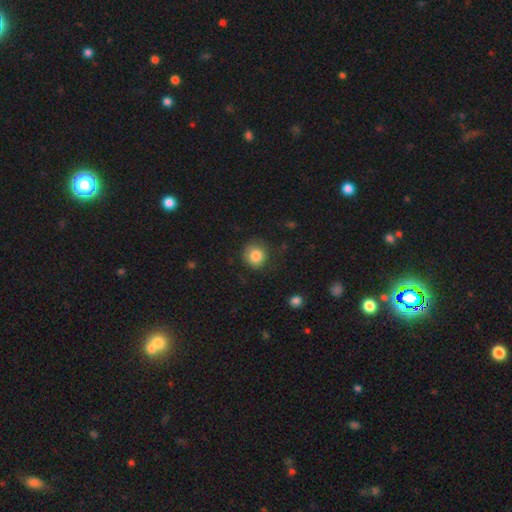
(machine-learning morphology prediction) smooth 85%, star or artifact 9%, featured or disk 6%. Down the decision tree: how rounded — round (89%); merging — none (78%).